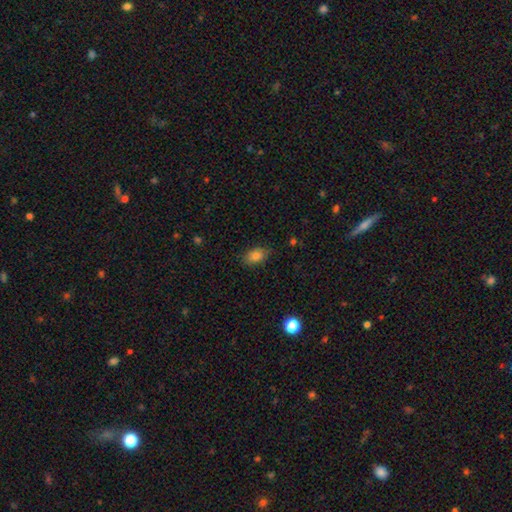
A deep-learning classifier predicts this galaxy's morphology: Smooth or featured: smooth — 82% (star or artifact — 10%)
How rounded: in between — 88% (round — 10%)
Merging: none — 81% (minor disturbance — 15%)